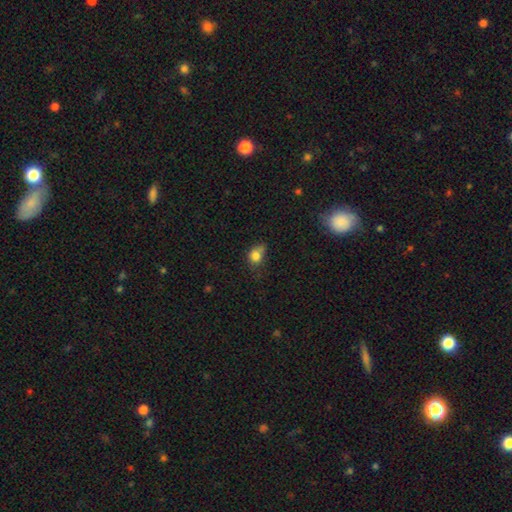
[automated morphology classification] Smooth or featured? smooth (80%)
How rounded? round (55%)
Merging? none (41%)